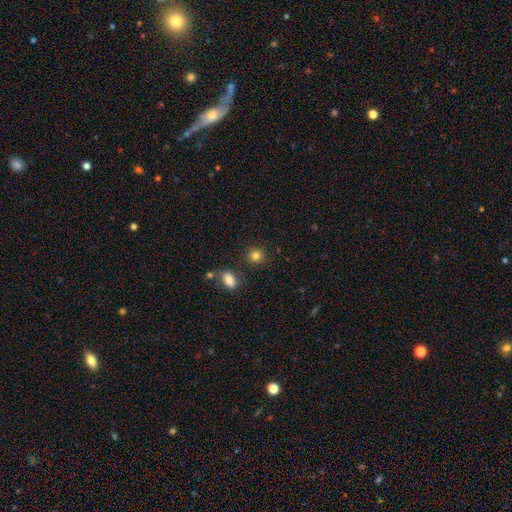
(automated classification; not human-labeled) Smooth or featured?
  - smooth: 82% *
  - star or artifact: 12%
  - featured or disk: 6%
How rounded?
  - round: 86% *
  - in between: 13%
  - cigar-shaped: 1%
Merging?
  - none: 84% *
  - minor disturbance: 8%
  - merger: 4%
  - major disturbance: 3%